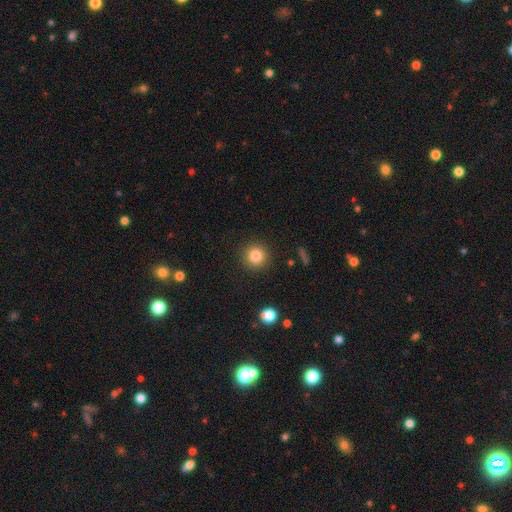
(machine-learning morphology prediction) The model was most divided on "smooth or featured": smooth: 83%, star or artifact: 11%, featured or disk: 7%. More confident: how rounded — round (94%); merging — none (91%).